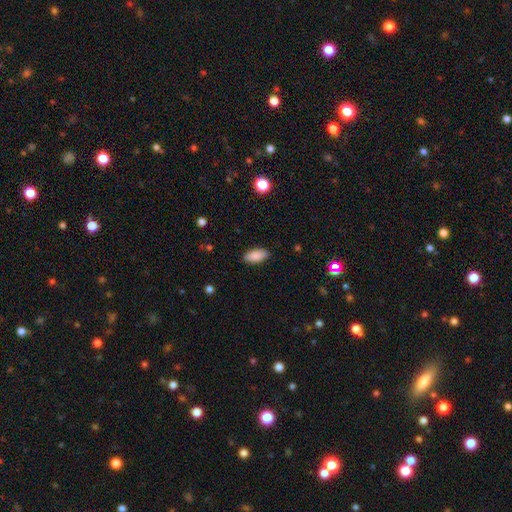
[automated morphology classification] Smooth or featured? Predicted: smooth (p=0.87). How rounded? Predicted: in between (p=0.89). Merging? Predicted: none (p=0.88).